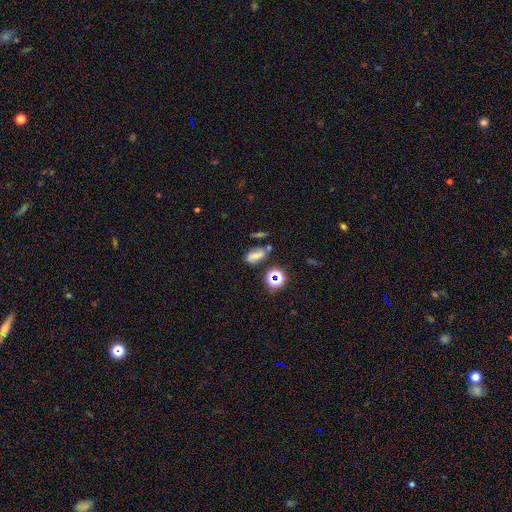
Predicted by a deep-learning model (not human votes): Smooth or featured: smooth — 51% (featured or disk — 25%)
How rounded: in between — 76% (round — 16%)
Merging: none — 55% (minor disturbance — 21%)